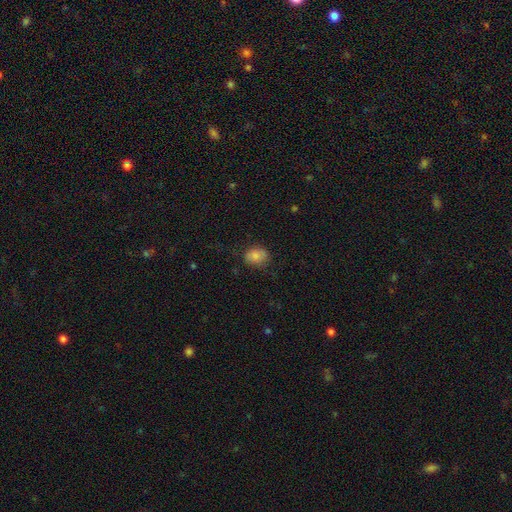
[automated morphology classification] Smooth or featured? Predicted: smooth (p=0.82). How rounded? Predicted: in between (p=0.52). Merging? Predicted: none (p=0.72).